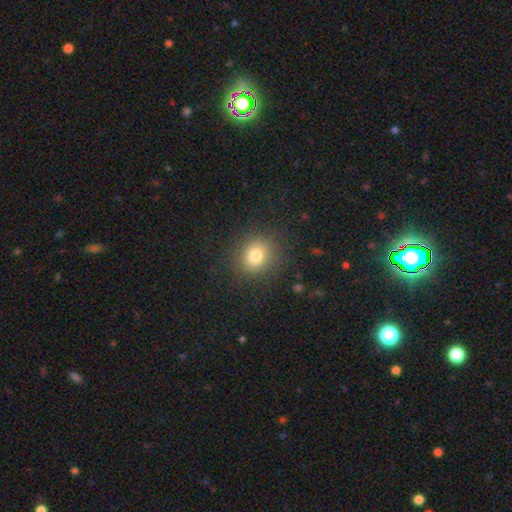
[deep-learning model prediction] smooth_or_featured: smooth (p=0.78) [alt: star or artifact p=0.14]
how_rounded: round (p=0.79) [alt: in between p=0.20]
merging: none (p=0.87) [alt: minor disturbance p=0.08]